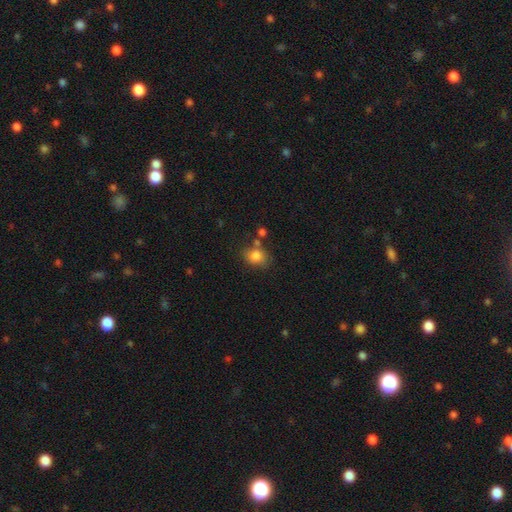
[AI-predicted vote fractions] Smooth or featured?
  - smooth: 82% *
  - star or artifact: 10%
  - featured or disk: 8%
How rounded?
  - round: 57% *
  - in between: 42%
  - cigar-shaped: 1%
Merging?
  - none: 66% *
  - minor disturbance: 17%
  - merger: 12%
  - major disturbance: 5%